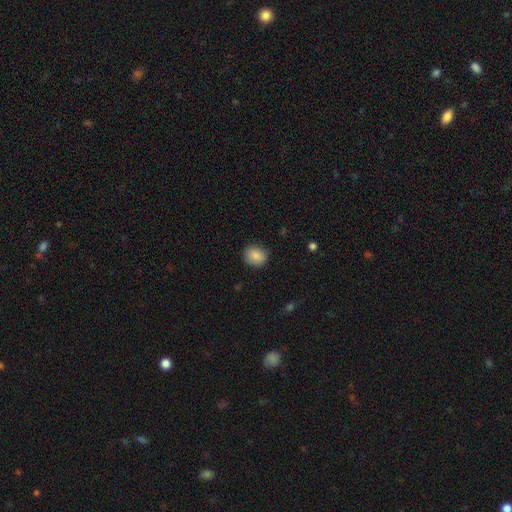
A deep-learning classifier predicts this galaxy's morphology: smooth_or_featured: smooth (p=0.85) [alt: star or artifact p=0.08]
how_rounded: round (p=0.76) [alt: in between p=0.23]
merging: none (p=0.86) [alt: minor disturbance p=0.10]